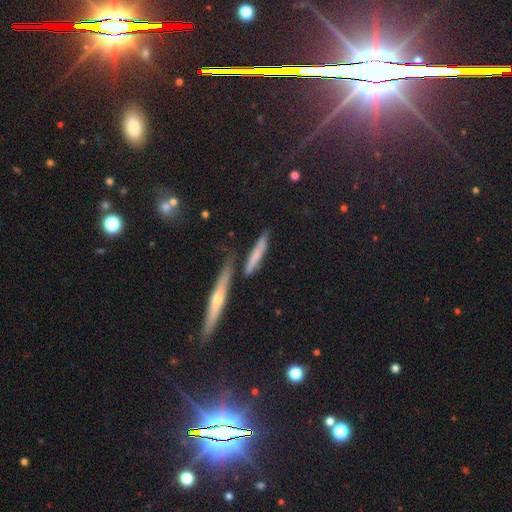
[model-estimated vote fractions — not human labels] Q: Smooth or featured?
A: smooth (52%); runner-up: featured or disk (35%)
Q: How rounded?
A: cigar-shaped (85%); runner-up: in between (11%)
Q: Merging?
A: none (67%); runner-up: minor disturbance (17%)